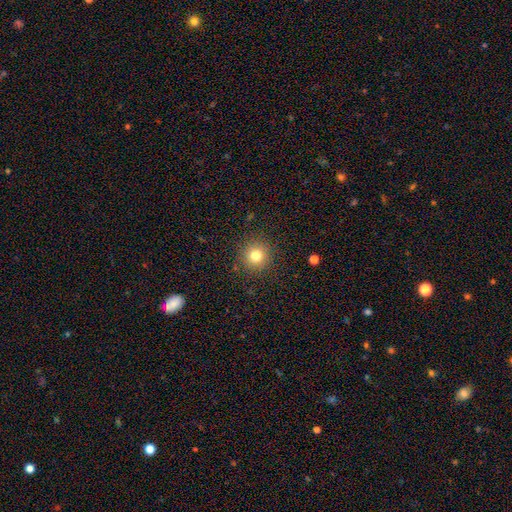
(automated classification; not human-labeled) smooth 79%, star or artifact 14%, featured or disk 8%. Down the decision tree: how rounded — round (94%); merging — none (89%).